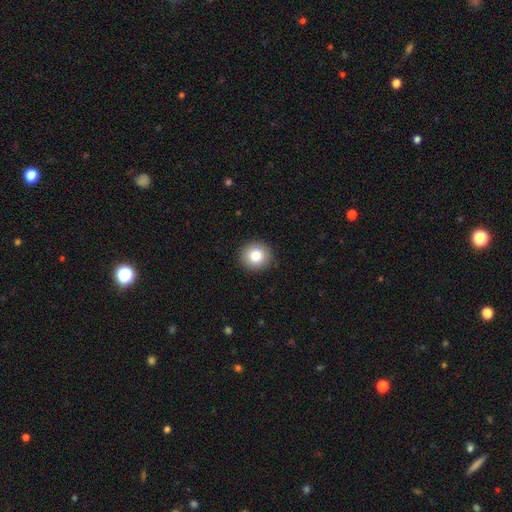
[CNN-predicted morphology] Overall: smooth (82%). How rounded: round (91%). Merging: none (91%).